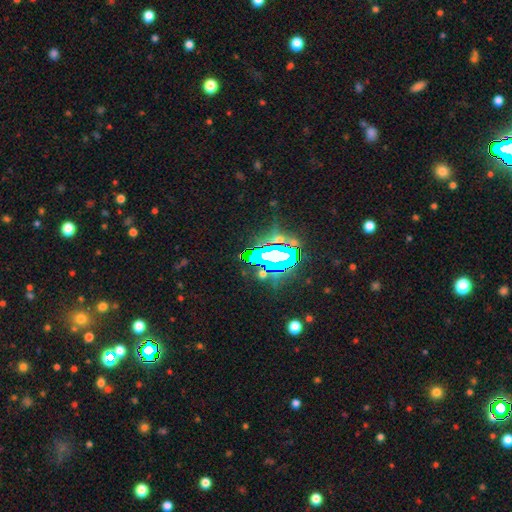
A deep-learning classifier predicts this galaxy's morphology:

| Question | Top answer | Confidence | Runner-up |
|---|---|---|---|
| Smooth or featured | star or artifact | 71% | smooth (15%) |